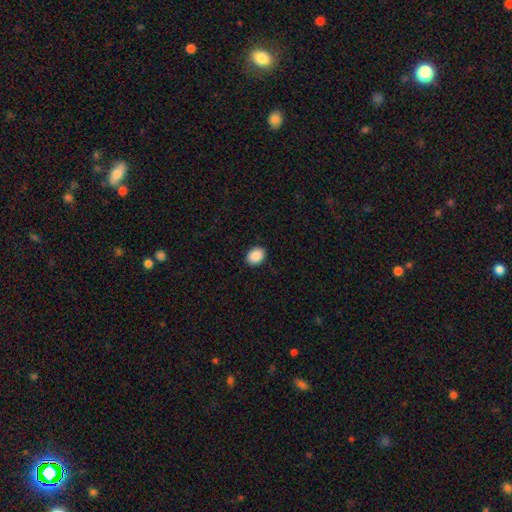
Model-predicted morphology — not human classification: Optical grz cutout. It shows a smooth galaxy with no disk features (90%) that is in between round and cigar-shaped (60%). Merging: none (91%).